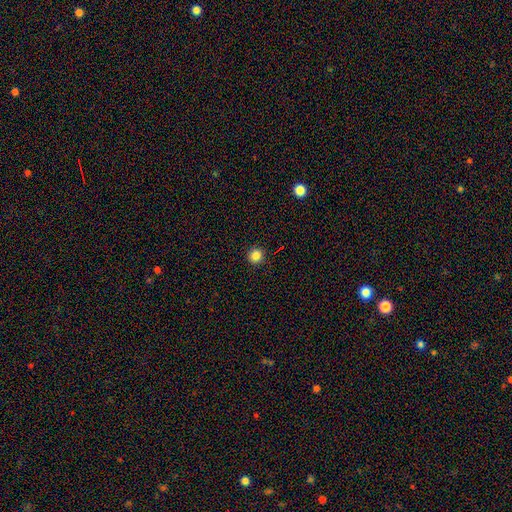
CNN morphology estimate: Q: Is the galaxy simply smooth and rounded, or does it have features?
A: smooth — 84%.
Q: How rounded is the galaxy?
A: round — 94%.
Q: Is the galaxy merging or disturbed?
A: none — 92%.